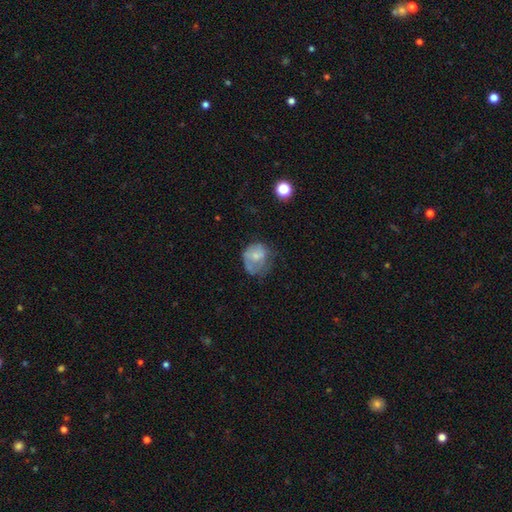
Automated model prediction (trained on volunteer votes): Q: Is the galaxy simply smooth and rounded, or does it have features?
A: smooth — 59%.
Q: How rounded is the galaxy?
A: round — 61%.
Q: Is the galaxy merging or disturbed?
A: none — 36%.